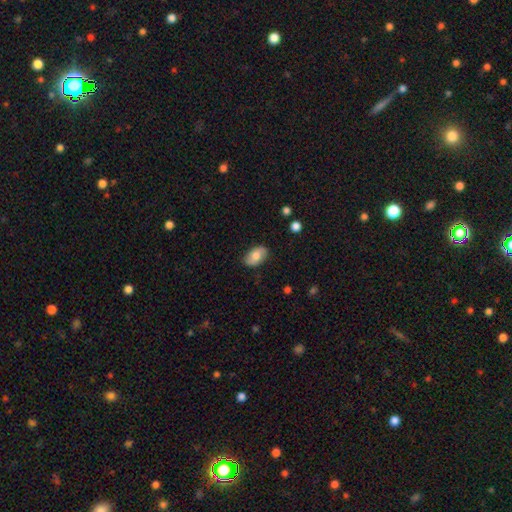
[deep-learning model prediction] smooth 73%, featured or disk 21%, star or artifact 7%. Down the decision tree: how rounded — in between (92%); merging — none (83%).